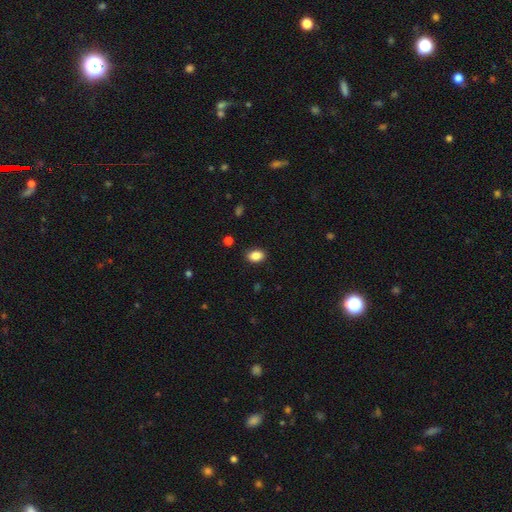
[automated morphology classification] smooth 87%, star or artifact 9%, featured or disk 5%. Down the decision tree: how rounded — in between (77%); merging — none (87%).